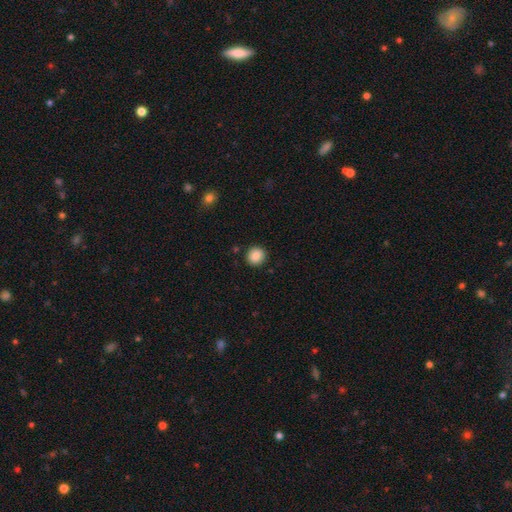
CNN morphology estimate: smooth_or_featured: smooth (p=0.87) [alt: star or artifact p=0.09]
how_rounded: round (p=0.89) [alt: in between p=0.10]
merging: none (p=0.90) [alt: minor disturbance p=0.06]